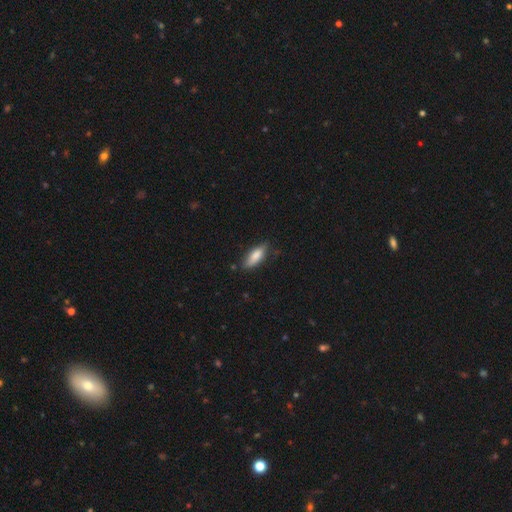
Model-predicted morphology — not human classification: Smooth or featured? smooth (79%)
How rounded? in between (64%)
Merging? none (74%)